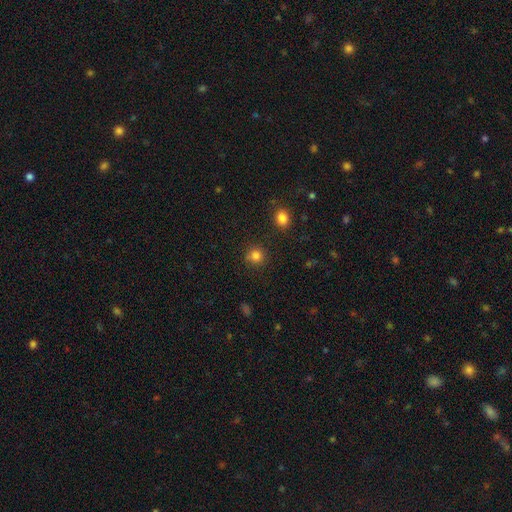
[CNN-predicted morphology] Overall: smooth (82%). How rounded: round (91%). Merging: none (87%).